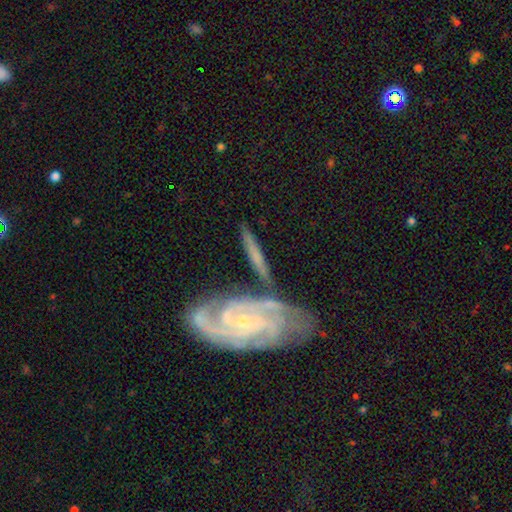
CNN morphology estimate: The model was most divided on "bar": no: 43%, weak: 37%, strong: 20%. Remaining: spiral arms — yes (93%); smooth or featured — featured or disk (75%); edge-on disk — no (74%); bulge size — small (73%); merging — none (59%); spiral winding — tight (54%); spiral arm count — 2 (42%).